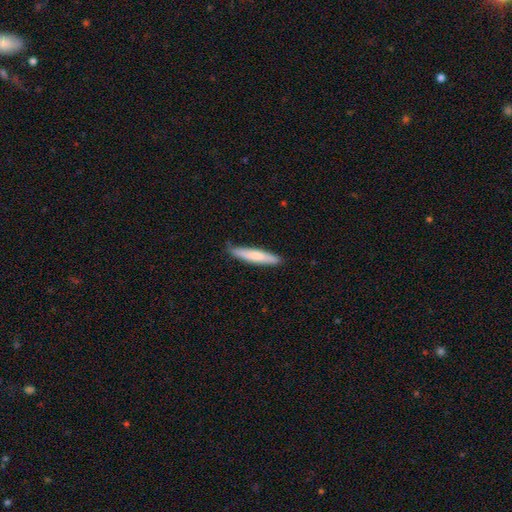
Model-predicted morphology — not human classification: Smooth or featured? Predicted: smooth (p=0.72). How rounded? Predicted: cigar-shaped (p=0.90). Merging? Predicted: none (p=0.84).